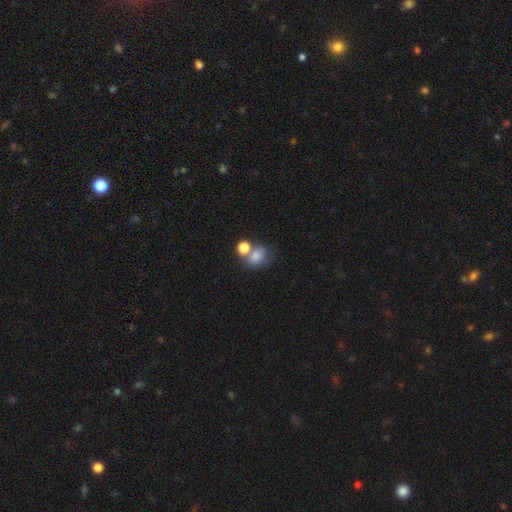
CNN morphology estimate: A smooth galaxy with no disk features (78%) that is round (52%).

Vote fractions:
- Smooth or featured? smooth: 78% / star or artifact: 12% / featured or disk: 10%
- How rounded? round: 52% / in between: 47% / cigar-shaped: 1%
- Merging? merger: 40% (tied) / none: 40% (tied) / minor disturbance: 13% / major disturbance: 7%